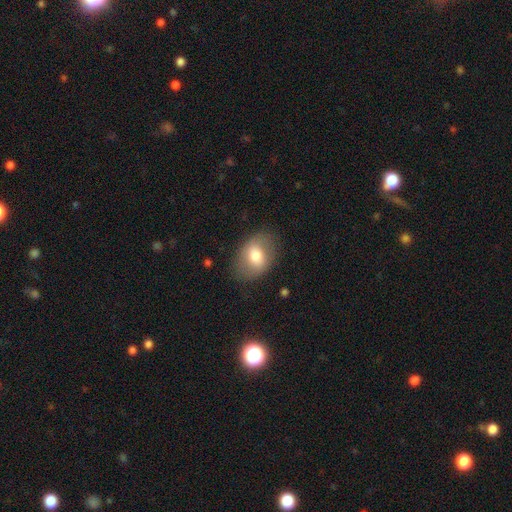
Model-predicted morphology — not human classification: Q: Smooth or featured?
A: smooth (70%); runner-up: featured or disk (23%)
Q: How rounded?
A: in between (76%); runner-up: round (22%)
Q: Merging?
A: none (78%); runner-up: minor disturbance (15%)